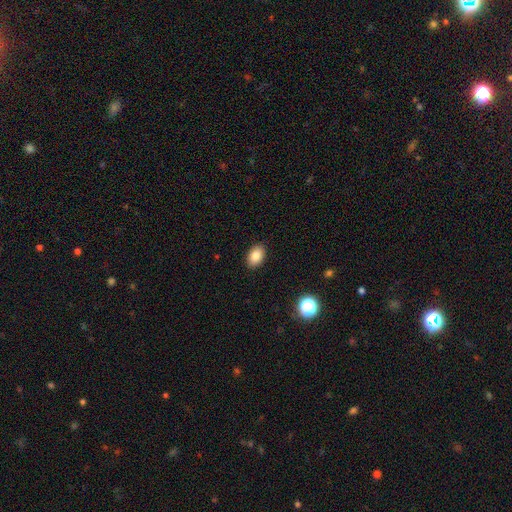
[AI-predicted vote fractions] A smooth galaxy with no disk features (84%) that is in between round and cigar-shaped (84%). Merging: none (89%).